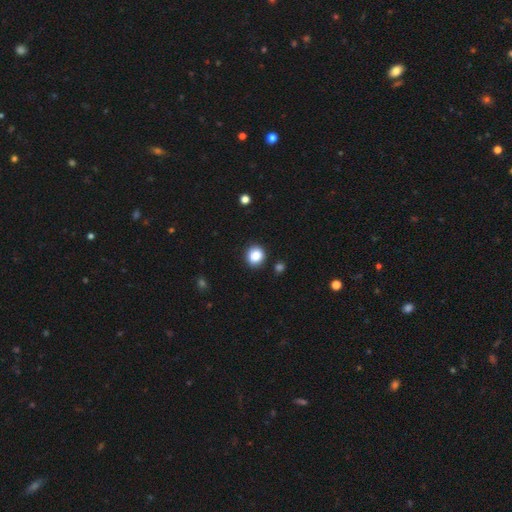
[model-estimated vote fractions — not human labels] Q: Smooth or featured?
A: smooth (85%); runner-up: star or artifact (10%)
Q: How rounded?
A: round (82%); runner-up: in between (17%)
Q: Merging?
A: none (86%); runner-up: minor disturbance (9%)